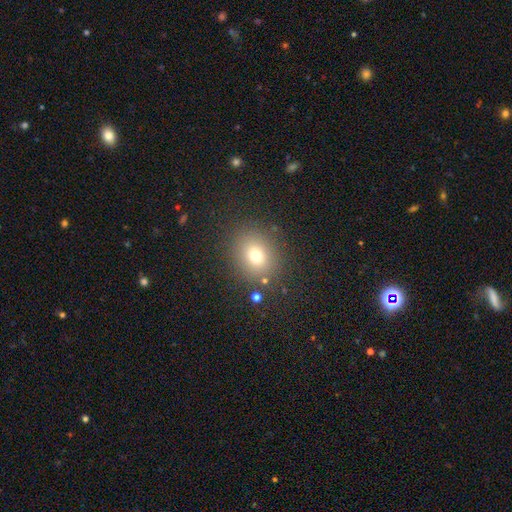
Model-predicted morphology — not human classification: A smooth galaxy with no disk features (73%) that is round (68%).

Vote fractions:
- Smooth or featured? smooth: 73% / star or artifact: 17% / featured or disk: 11%
- How rounded? round: 68% / in between: 31% / cigar-shaped: 1%
- Merging? none: 85% / minor disturbance: 9% / major disturbance: 4% / merger: 3%